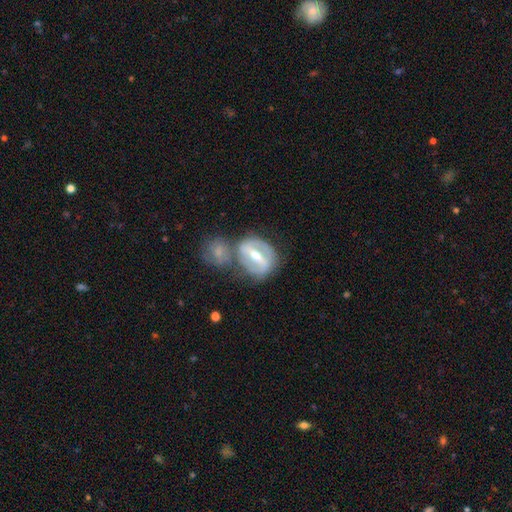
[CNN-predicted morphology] Smooth or featured? Predicted: featured or disk (p=0.75). Edge-on disk? Predicted: no (p=0.90). Bar? Predicted: strong (p=0.72). Spiral arms? Predicted: no (p=0.50, tied with yes). Bulge size? Predicted: moderate (p=0.72). Merging? Predicted: none (p=0.48).